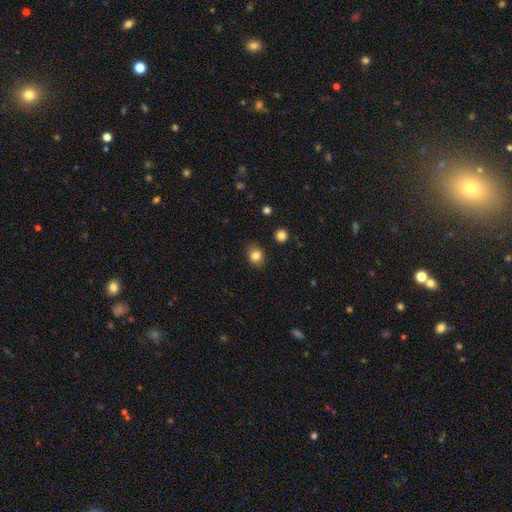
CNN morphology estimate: A smooth galaxy with no disk features (82%) that is round (62%).

Vote fractions:
- Smooth or featured? smooth: 82% / star or artifact: 11% / featured or disk: 7%
- How rounded? round: 62% / in between: 37% / cigar-shaped: 1%
- Merging? none: 85% / minor disturbance: 11% / major disturbance: 2% / merger: 2%